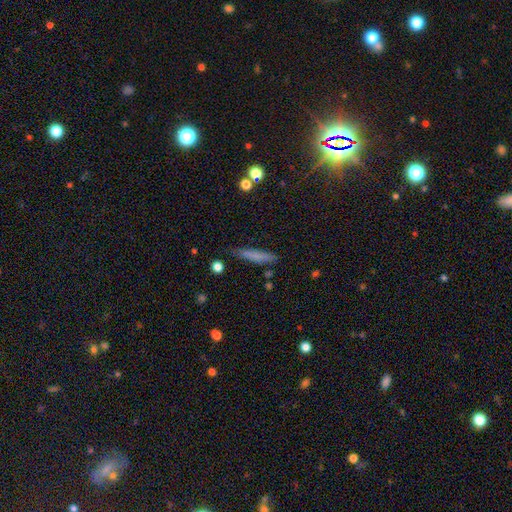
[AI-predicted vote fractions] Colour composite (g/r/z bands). It shows a smooth galaxy with no disk features (72%) that is cigar-shaped (90%). Merging: none (78%).